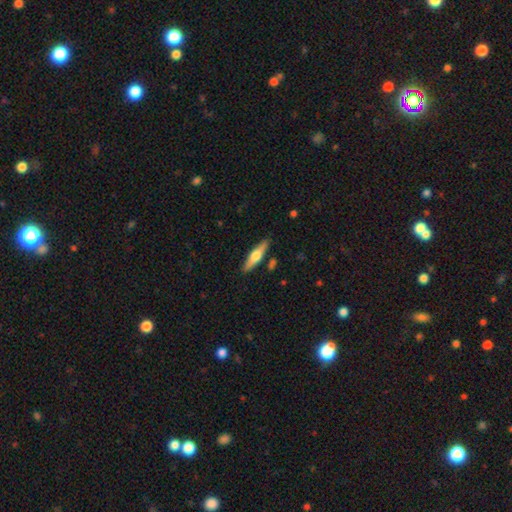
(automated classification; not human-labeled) Smooth or featured? Predicted: featured or disk (p=0.50). Edge-on disk? Predicted: yes (p=0.94). Merging? Predicted: none (p=0.87).